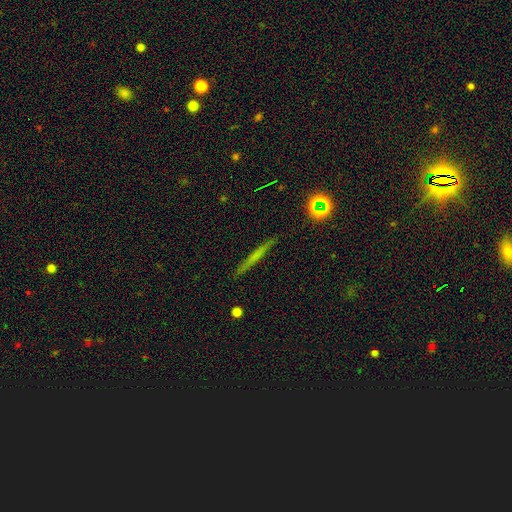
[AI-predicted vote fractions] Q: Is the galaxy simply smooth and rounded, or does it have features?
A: smooth — 46%.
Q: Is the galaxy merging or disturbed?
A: none — 89%.